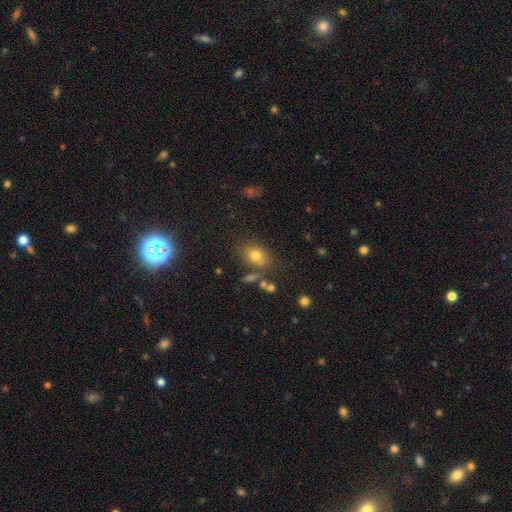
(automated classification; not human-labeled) smooth-or-featured: smooth: 75% | star or artifact: 14% | featured or disk: 12%
  how-rounded: in between: 67% | round: 31% | cigar-shaped: 2%
  merging: none: 70% | minor disturbance: 15% | merger: 10% | major disturbance: 6%